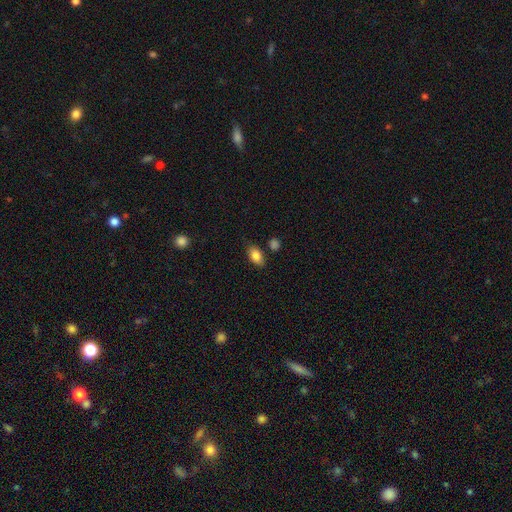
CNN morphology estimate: Smooth or featured: smooth — 85% (star or artifact — 8%)
How rounded: in between — 88% (round — 9%)
Merging: none — 78% (minor disturbance — 14%)